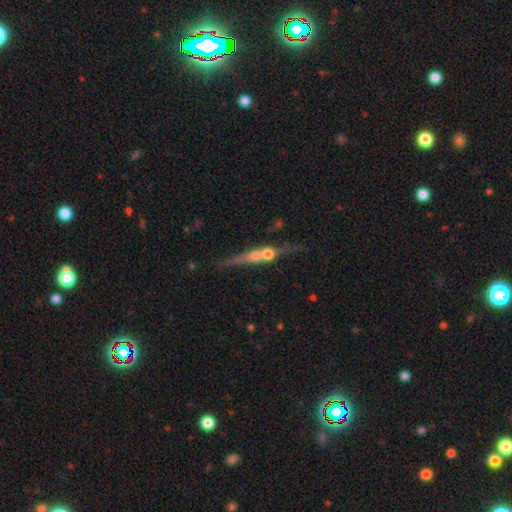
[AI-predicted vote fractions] This is likely a featured or disk galaxy (66%). It is clearly viewed edge-on (91%). Edge-on bulge: clearly rounded (91%). Merging: possibly none (57%).